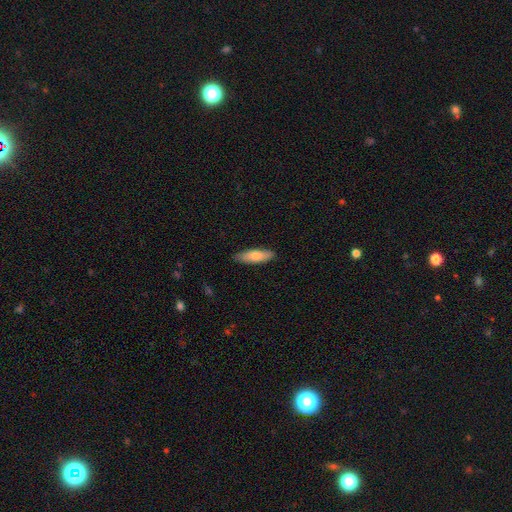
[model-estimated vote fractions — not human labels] A smooth galaxy with no disk features (78%) that is in between round and cigar-shaped (53%).

Vote fractions:
- Smooth or featured? smooth: 78% / featured or disk: 17% / star or artifact: 5%
- How rounded? in between: 53% / cigar-shaped: 45% / round: 2%
- Merging? none: 85% / minor disturbance: 12% / major disturbance: 2% / merger: 1%